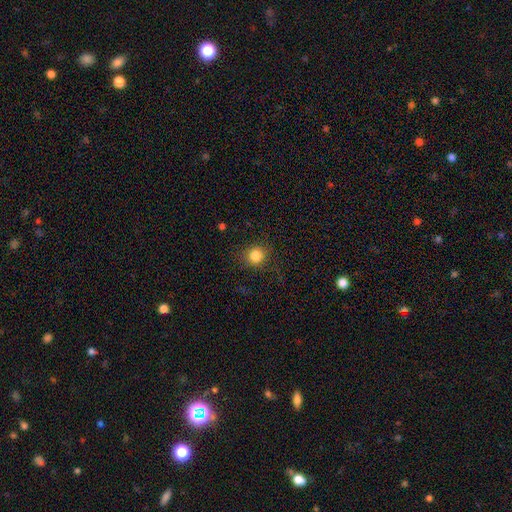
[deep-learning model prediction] Morphology: type=smooth (83%); roundness=round (90%); merging=none (85%).